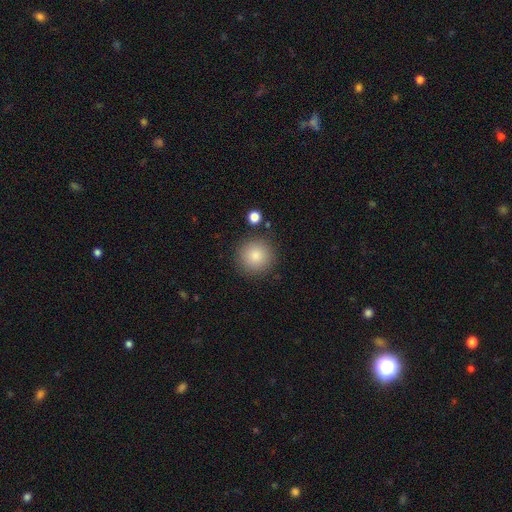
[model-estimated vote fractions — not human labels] Smooth or featured?
  - smooth: 86% *
  - star or artifact: 8%
  - featured or disk: 5%
How rounded?
  - round: 95% *
  - in between: 4%
  - cigar-shaped: 1%
Merging?
  - none: 87% *
  - minor disturbance: 7%
  - merger: 3%
  - major disturbance: 3%